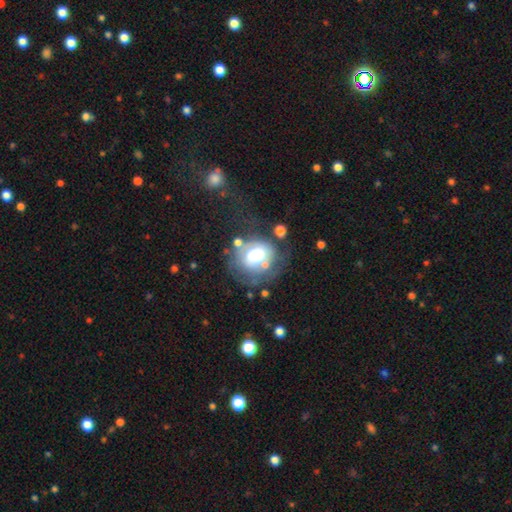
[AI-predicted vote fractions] smooth-or-featured: featured or disk: 47% | smooth: 43% | star or artifact: 10%
  merging: none: 45% | major disturbance: 24% | minor disturbance: 22% | merger: 9%